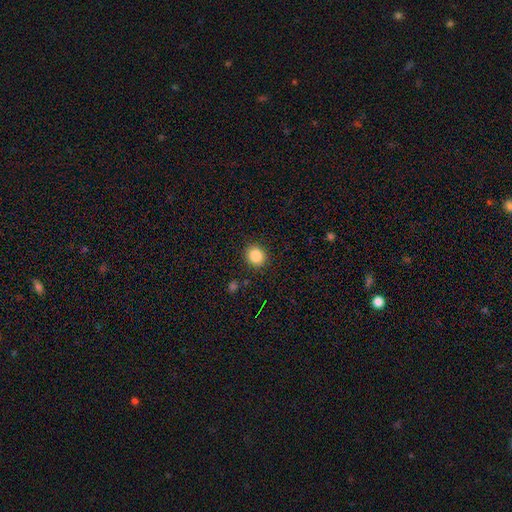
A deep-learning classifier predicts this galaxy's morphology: Smooth or featured? smooth (87%)
How rounded? round (77%)
Merging? none (88%)